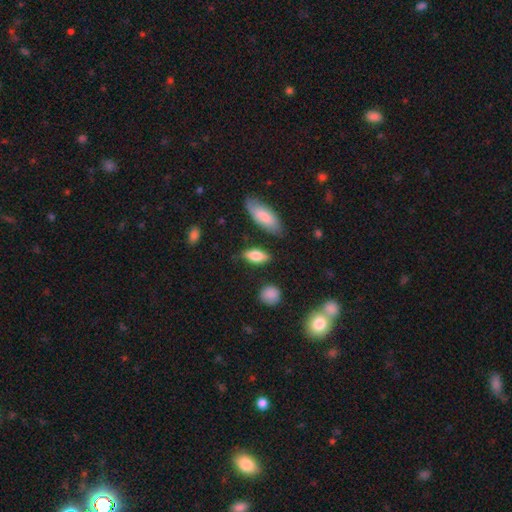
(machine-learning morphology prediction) type=smooth (77%); roundness=in between (79%); merging=none (78%).